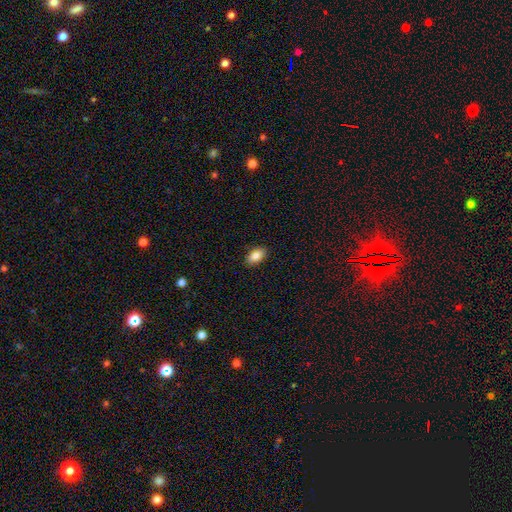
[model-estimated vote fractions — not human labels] smooth-or-featured: smooth: 87% | star or artifact: 7% | featured or disk: 6%
  how-rounded: in between: 92% | round: 6% | cigar-shaped: 2%
  merging: none: 89% | minor disturbance: 8% | major disturbance: 2% | merger: 1%